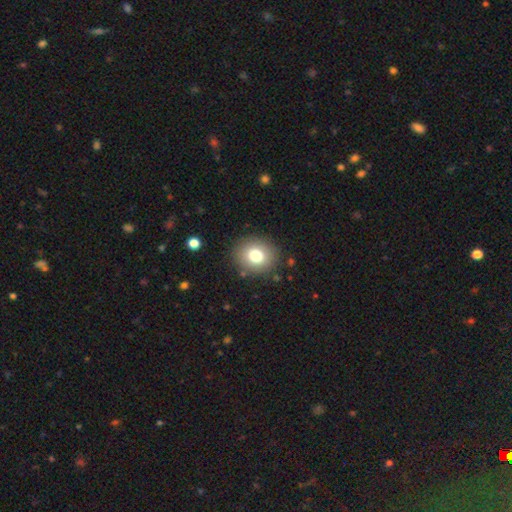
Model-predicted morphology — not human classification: Smooth or featured? smooth (77%)
How rounded? round (72%)
Merging? none (88%)